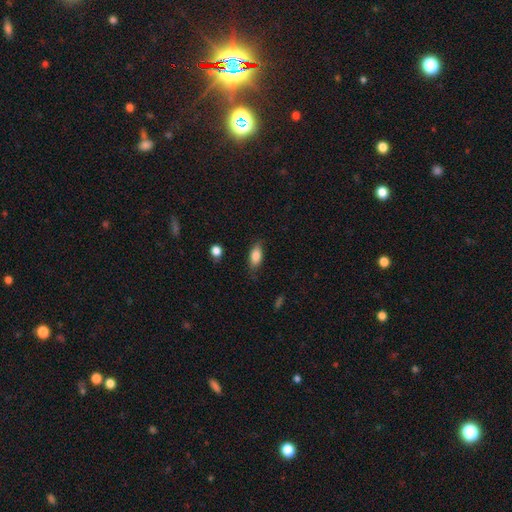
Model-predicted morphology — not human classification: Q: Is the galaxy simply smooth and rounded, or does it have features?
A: smooth — 82%.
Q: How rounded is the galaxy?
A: in between — 84%.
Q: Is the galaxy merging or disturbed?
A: none — 74%.